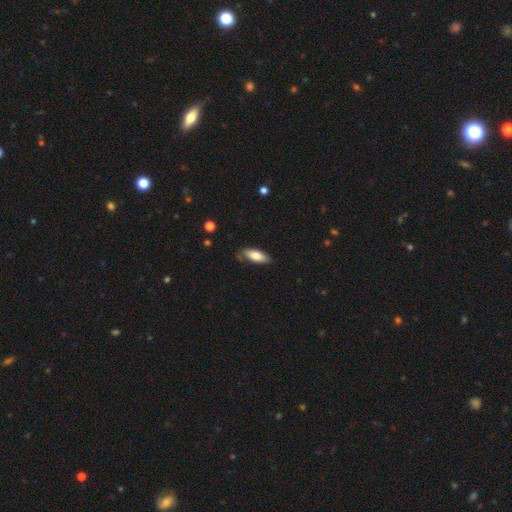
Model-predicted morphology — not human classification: The model was most divided on "merging": none: 69%, minor disturbance: 24%, major disturbance: 5%, merger: 2%. More confident: smooth or featured — smooth (78%); how rounded — in between (74%).